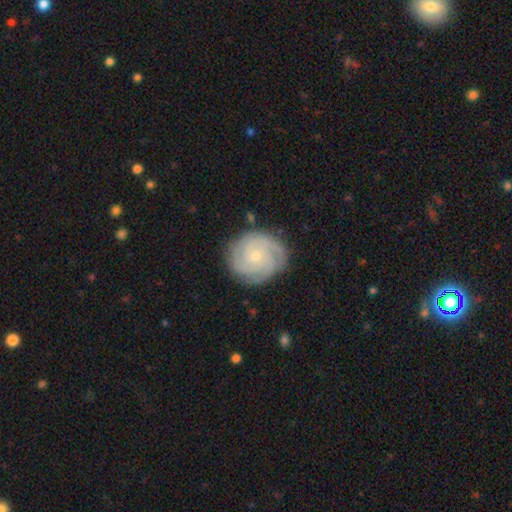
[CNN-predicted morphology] smooth-or-featured: featured or disk: 84% | smooth: 10% | star or artifact: 6%
  disk-edge-on: no: 98% | yes: 2%
    bar: no: 76% | weak: 20% | strong: 3%
    has-spiral-arms: yes: 97% | no: 3%
      spiral-winding: tight: 77% | medium: 20% | loose: 3%
      spiral-arm-count: 3: 36% | 4: 22% | can't tell: 17% | 2: 13% | more than 4: 6% | 1: 6%
    bulge-size: small: 70% | moderate: 27% | none: 1% | large: 1% | dominant: 1%
  merging: none: 83% | minor disturbance: 13% | major disturbance: 3% | merger: 1%